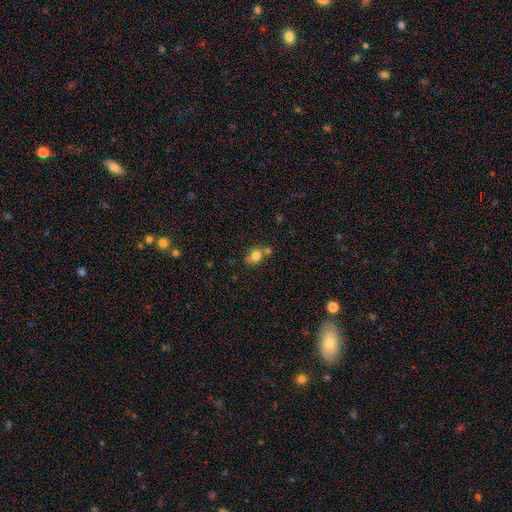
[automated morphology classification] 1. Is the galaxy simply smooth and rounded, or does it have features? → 78% smooth, 11% star or artifact, 11% featured or disk.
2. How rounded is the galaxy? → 61% round, 37% in between, 1% cigar-shaped.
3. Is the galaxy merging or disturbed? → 52% none, 26% merger, 17% minor disturbance, 5% major disturbance.